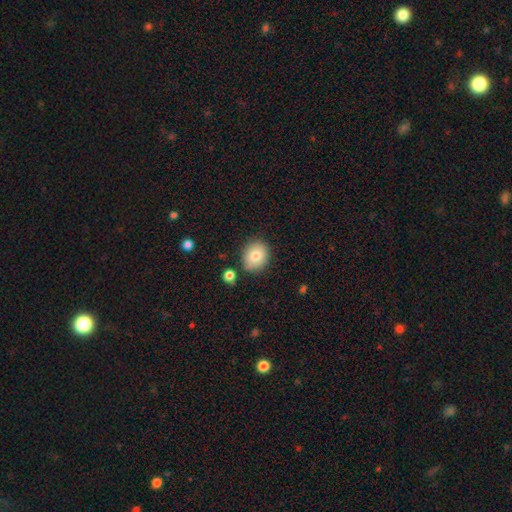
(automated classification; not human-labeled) smooth 79%, featured or disk 11%, star or artifact 9%. Down the decision tree: how rounded — round (65%); merging — none (81%).